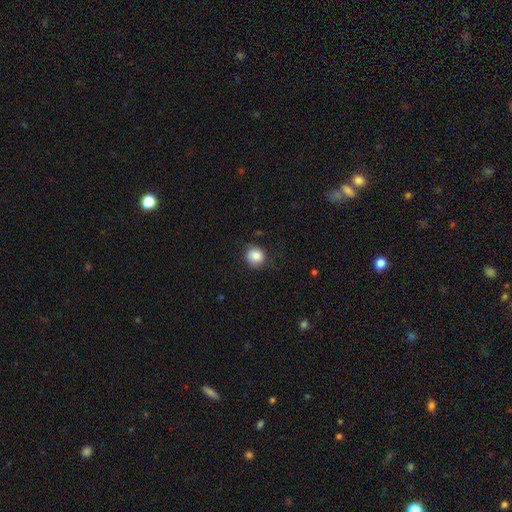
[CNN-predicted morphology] smooth-or-featured: smooth: 84% | star or artifact: 9% | featured or disk: 7%
  how-rounded: round: 88% | in between: 11% | cigar-shaped: 1%
  merging: none: 78% | minor disturbance: 16% | major disturbance: 4% | merger: 1%